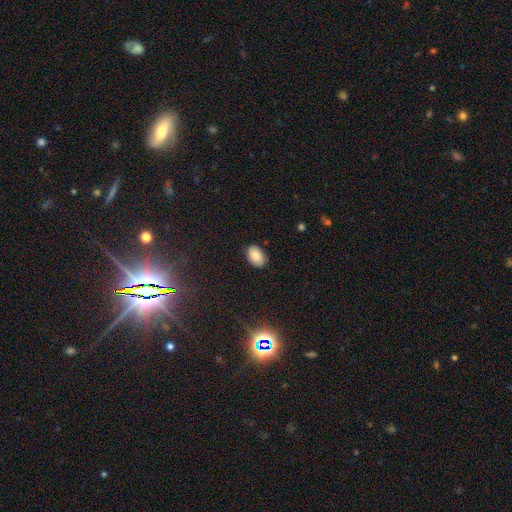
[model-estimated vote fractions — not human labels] The model was most divided on "merging": none: 85%, minor disturbance: 12%, major disturbance: 2%, merger: 1%. More confident: how rounded — in between (89%); smooth or featured — smooth (84%).